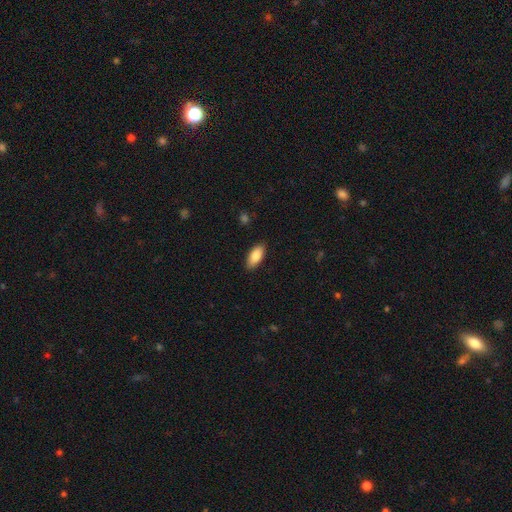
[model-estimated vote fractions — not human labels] Smooth or featured?
  - smooth: 86% *
  - featured or disk: 8%
  - star or artifact: 6%
How rounded?
  - in between: 87% *
  - cigar-shaped: 11%
  - round: 2%
Merging?
  - none: 88% *
  - minor disturbance: 10%
  - major disturbance: 2%
  - merger: 1%